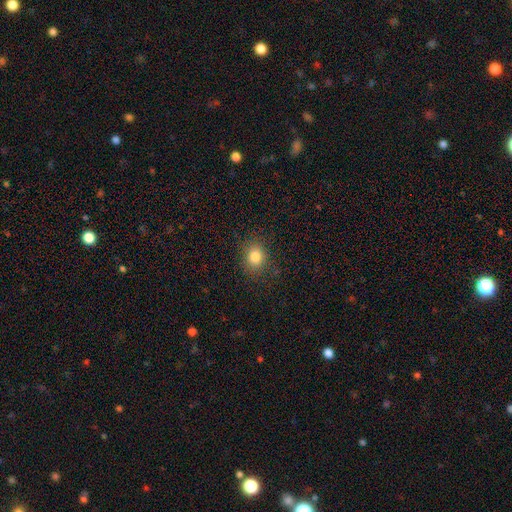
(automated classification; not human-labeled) The model was most divided on "how rounded": round: 64%, in between: 35%, cigar-shaped: 1%. More confident: merging — none (86%); smooth or featured — smooth (82%).